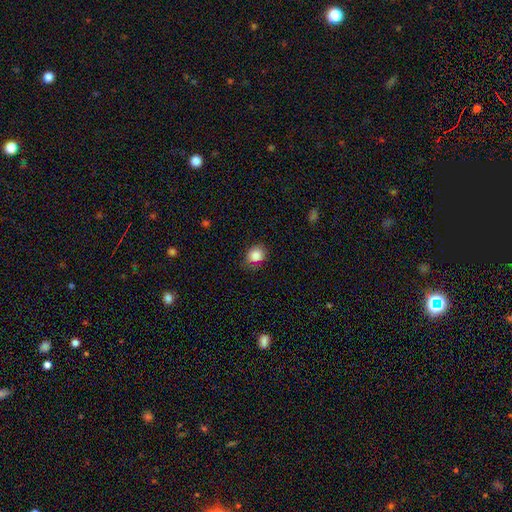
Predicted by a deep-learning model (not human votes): Q: Smooth or featured?
A: smooth (86%); runner-up: star or artifact (10%)
Q: How rounded?
A: round (64%); runner-up: in between (35%)
Q: Merging?
A: none (73%); runner-up: minor disturbance (21%)